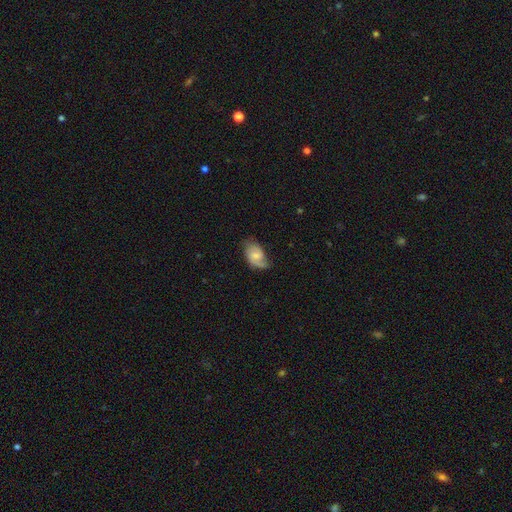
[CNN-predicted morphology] smooth_or_featured: featured or disk (p=0.54) [alt: smooth p=0.39]
disk_edge_on: no (p=0.96) [alt: yes p=0.04]
bar: no (p=0.60) [alt: weak p=0.35]
has_spiral_arms: yes (p=0.87) [alt: no p=0.13]
bulge_size: small (p=0.50) [alt: moderate p=0.38]
merging: none (p=0.59) [alt: minor disturbance p=0.29]